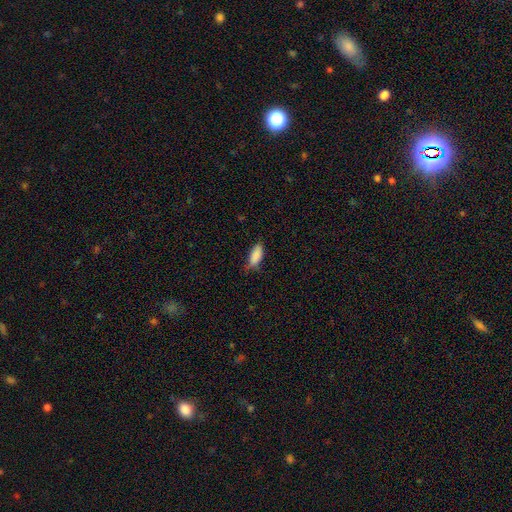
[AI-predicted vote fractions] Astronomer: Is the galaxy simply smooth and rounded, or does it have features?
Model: smooth — 88%.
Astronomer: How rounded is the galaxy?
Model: in between — 83%.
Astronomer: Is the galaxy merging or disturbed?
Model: none — 63%.